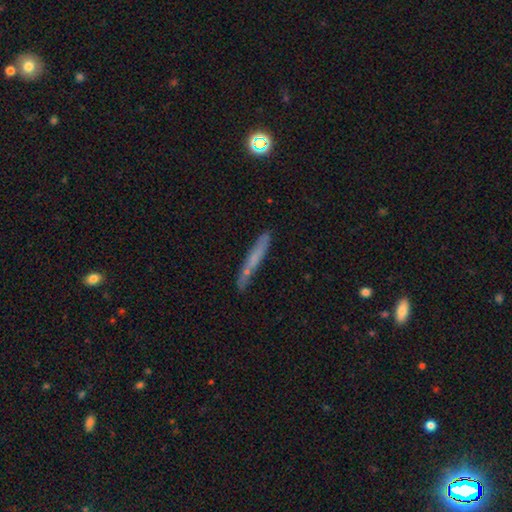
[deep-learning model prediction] smooth 59%, featured or disk 32%, star or artifact 9%. Down the decision tree: how rounded — cigar-shaped (94%); merging — none (76%).